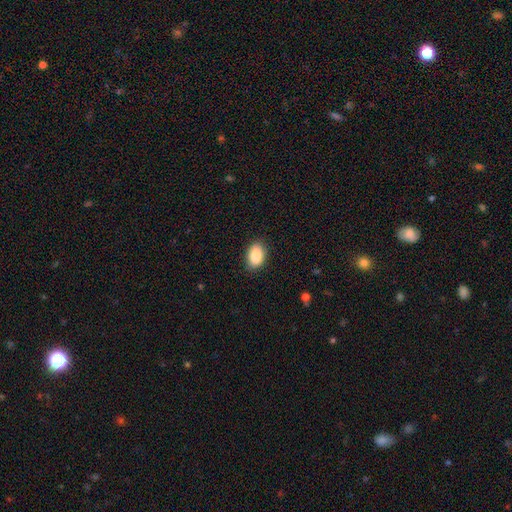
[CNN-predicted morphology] smooth-or-featured: smooth: 88% | star or artifact: 7% | featured or disk: 5%
  how-rounded: in between: 88% | round: 11% | cigar-shaped: 1%
  merging: none: 85% | minor disturbance: 11% | major disturbance: 2% | merger: 1%